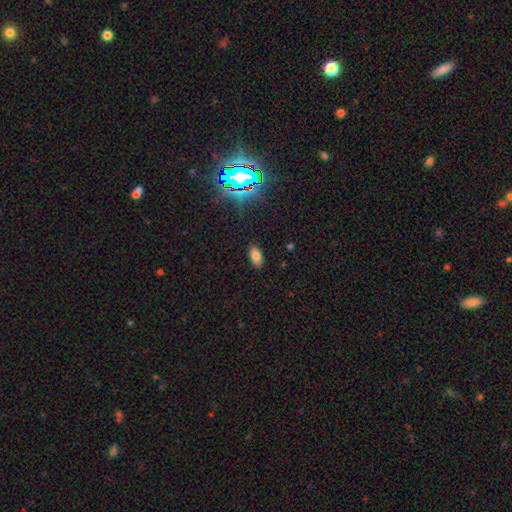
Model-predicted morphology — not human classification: A smooth galaxy with no disk features (77%) that is in between round and cigar-shaped (91%).

Vote fractions:
- Smooth or featured? smooth: 77% / star or artifact: 15% / featured or disk: 9%
- How rounded? in between: 91% / cigar-shaped: 5% / round: 4%
- Merging? none: 88% / minor disturbance: 9% / major disturbance: 2% / merger: 1%